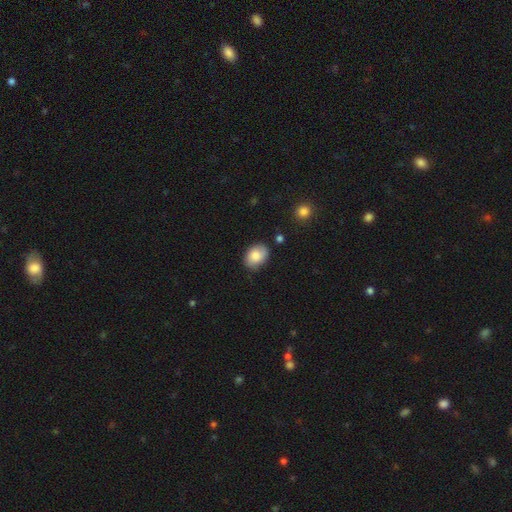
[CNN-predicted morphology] This appears to be a smooth galaxy with no disk features (84%) that is in between round and cigar-shaped (76%). Merging: none (79%).